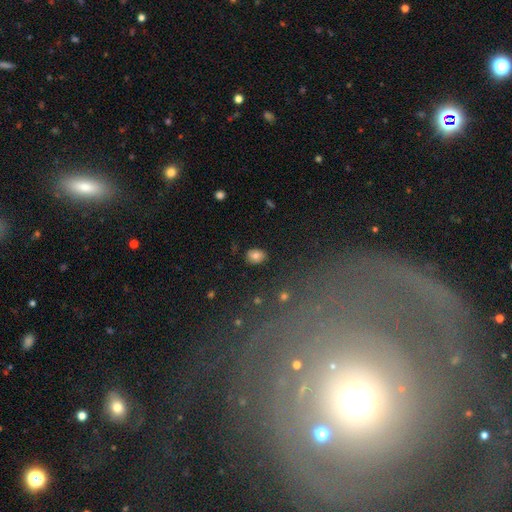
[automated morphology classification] A smooth galaxy with no disk features (77%) that is in between round and cigar-shaped (62%). Merging: none (85%).